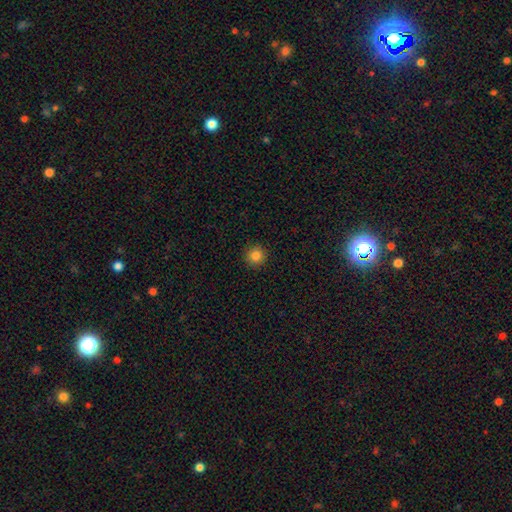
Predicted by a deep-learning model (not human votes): Smooth or featured? Predicted: smooth (p=0.84). How rounded? Predicted: round (p=0.95). Merging? Predicted: none (p=0.92).